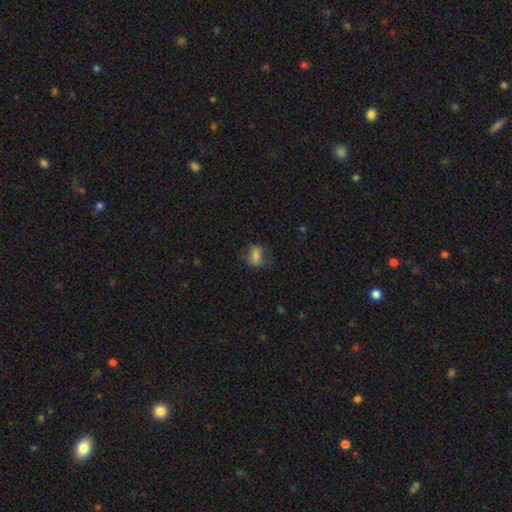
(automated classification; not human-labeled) Smooth or featured? smooth (76%)
How rounded? in between (75%)
Merging? none (64%)